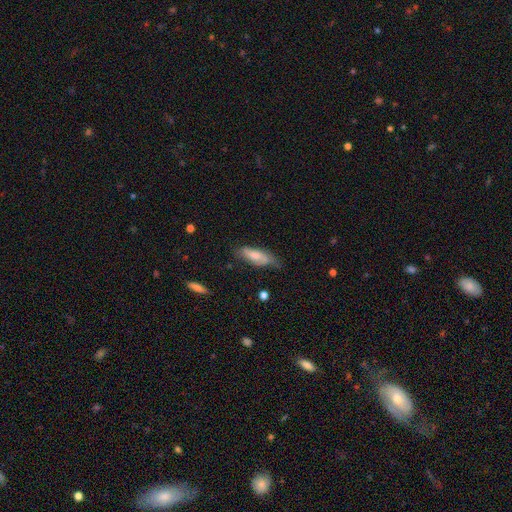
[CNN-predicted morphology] smooth-or-featured: smooth: 61% | featured or disk: 33% | star or artifact: 7%
  how-rounded: in between: 63% | cigar-shaped: 34% | round: 2%
  merging: none: 57% | minor disturbance: 32% | major disturbance: 9% | merger: 2%